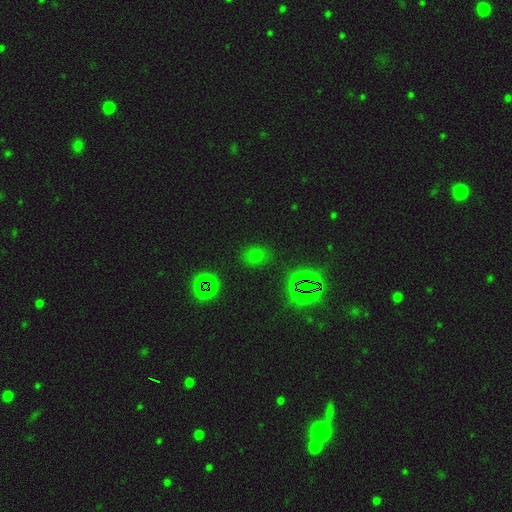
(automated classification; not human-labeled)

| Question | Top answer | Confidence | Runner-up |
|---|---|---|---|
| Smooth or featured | smooth | 58% | star or artifact (35%) |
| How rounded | round | 61% | in between (37%) |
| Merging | none | 82% | minor disturbance (11%) |